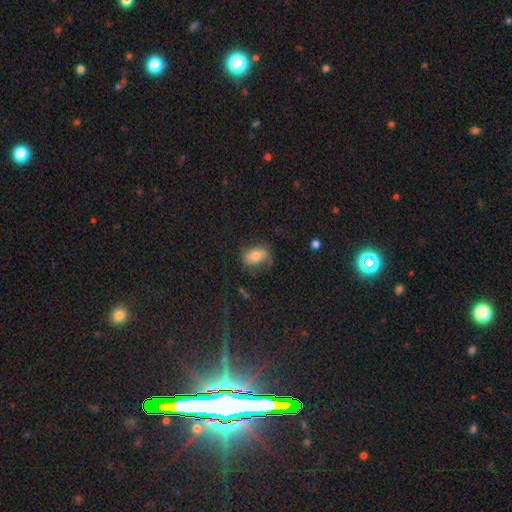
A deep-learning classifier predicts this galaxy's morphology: Smooth or featured? smooth (68%)
How rounded? in between (81%)
Merging? none (60%)